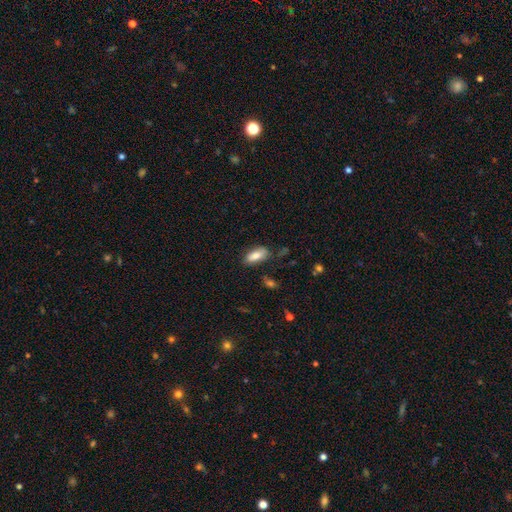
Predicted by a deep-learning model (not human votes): This is clearly a smooth galaxy (82%). How rounded: clearly in between (85%). Merging: likely none (76%).